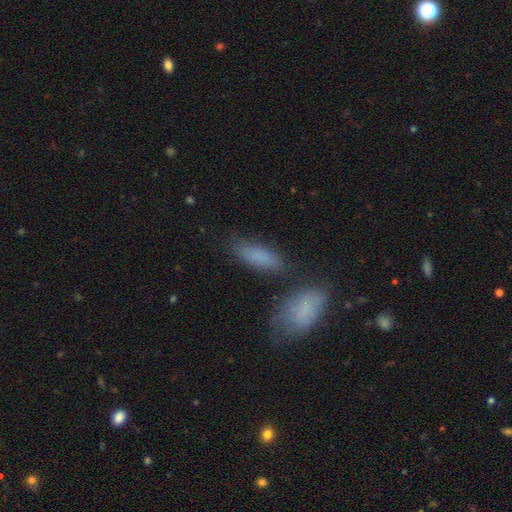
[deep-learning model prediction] Smooth or featured? smooth (79%)
How rounded? in between (62%)
Merging? none (62%)